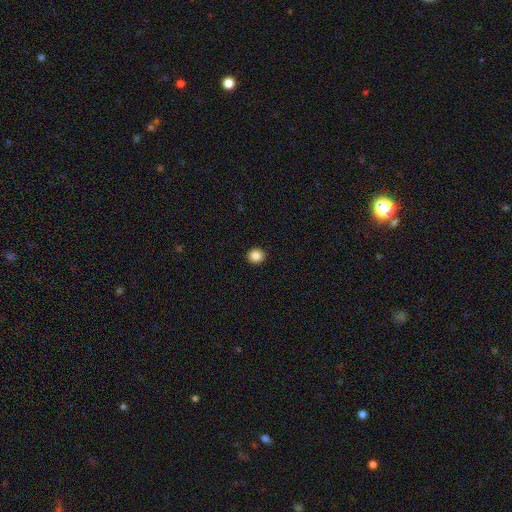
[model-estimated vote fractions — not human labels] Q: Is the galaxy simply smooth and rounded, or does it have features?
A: smooth — 87%.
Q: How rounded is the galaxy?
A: round — 89%.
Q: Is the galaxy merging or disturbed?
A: none — 93%.